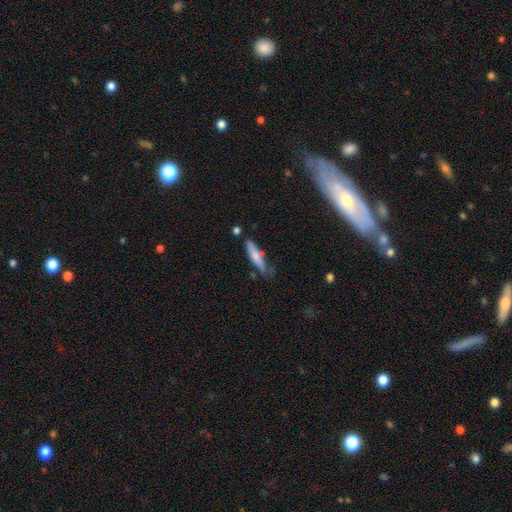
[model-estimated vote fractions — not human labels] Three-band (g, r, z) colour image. It shows a smooth galaxy with no disk features (69%) that is cigar-shaped (82%). Merging: none (64%).